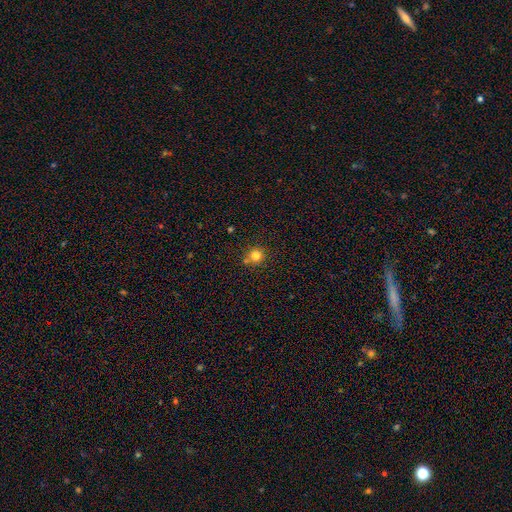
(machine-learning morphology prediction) This appears to be a smooth galaxy with no disk features (80%) that is round (90%). Merging: none (73%).